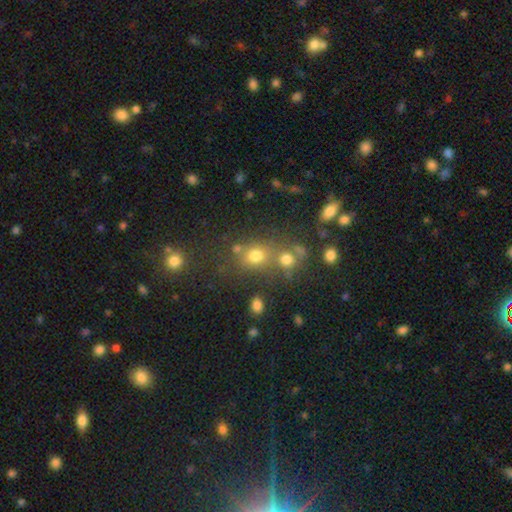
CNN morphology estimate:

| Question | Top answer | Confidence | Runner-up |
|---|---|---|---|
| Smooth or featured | smooth | 71% | star or artifact (20%) |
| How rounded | round | 68% | in between (31%) |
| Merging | none | 55% | merger (28%) |